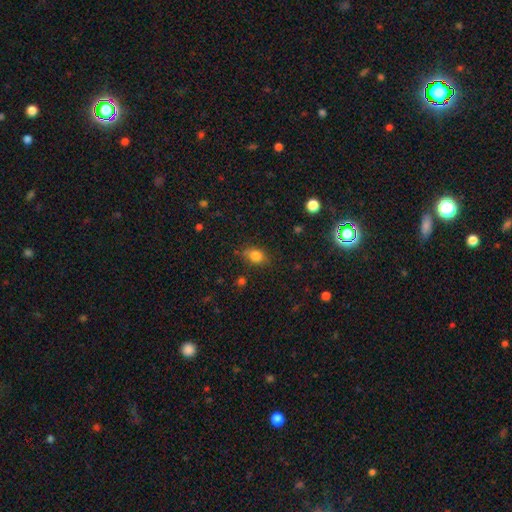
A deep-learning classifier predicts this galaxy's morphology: Smooth or featured?
  - smooth: 81% *
  - star or artifact: 12%
  - featured or disk: 7%
How rounded?
  - in between: 62% *
  - round: 37%
  - cigar-shaped: 2%
Merging?
  - none: 72% *
  - minor disturbance: 20%
  - major disturbance: 5%
  - merger: 4%